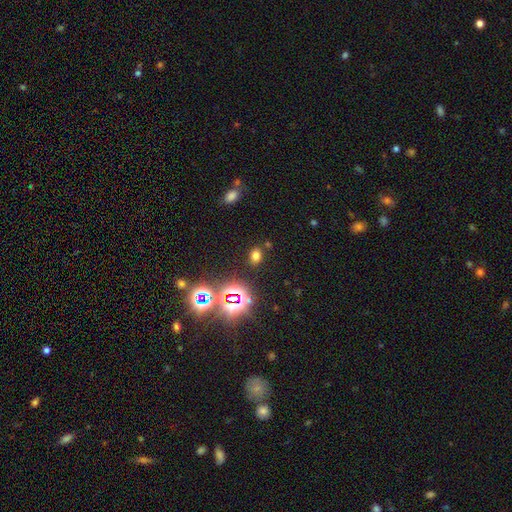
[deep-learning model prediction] smooth 64%, star or artifact 29%, featured or disk 7%. Down the decision tree: how rounded — in between (64%); merging — none (82%).